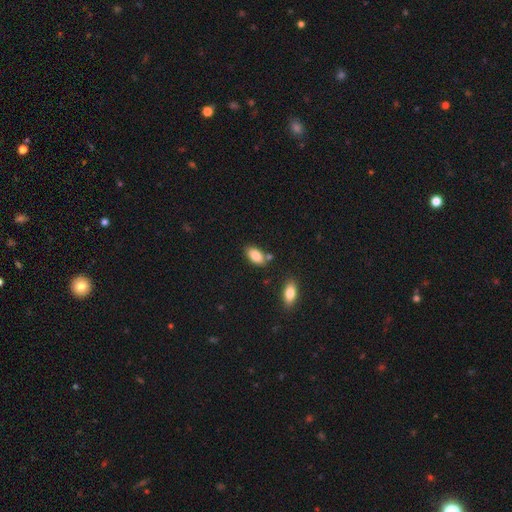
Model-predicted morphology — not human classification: Smooth or featured: smooth — 86% (star or artifact — 7%)
How rounded: in between — 92% (cigar-shaped — 4%)
Merging: none — 72% (minor disturbance — 14%)